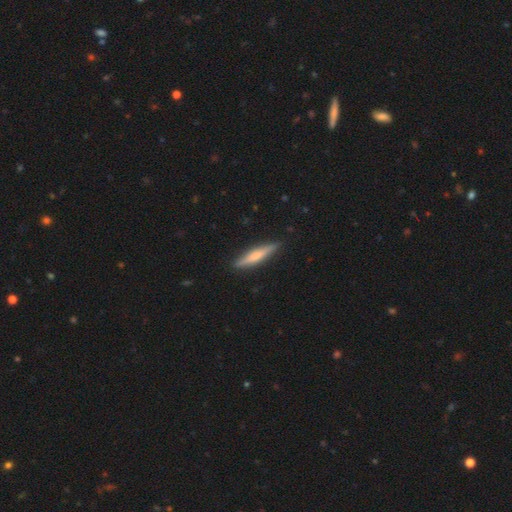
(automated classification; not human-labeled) This appears to be a smooth galaxy with no disk features (52%) that is cigar-shaped (91%). Merging: none (90%).